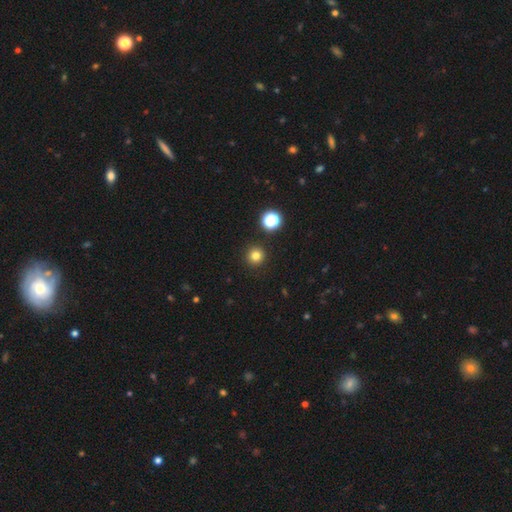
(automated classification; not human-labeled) Smooth or featured?
  - smooth: 79% *
  - star or artifact: 16%
  - featured or disk: 5%
How rounded?
  - round: 96% *
  - in between: 3%
  - cigar-shaped: 1%
Merging?
  - none: 92% *
  - minor disturbance: 4%
  - merger: 2%
  - major disturbance: 2%